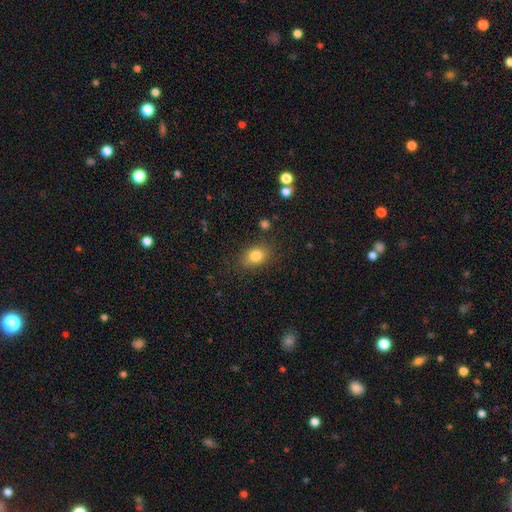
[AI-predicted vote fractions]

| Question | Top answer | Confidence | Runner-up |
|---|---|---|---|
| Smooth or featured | smooth | 82% | star or artifact (10%) |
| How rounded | in between | 71% | round (28%) |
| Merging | none | 82% | minor disturbance (12%) |